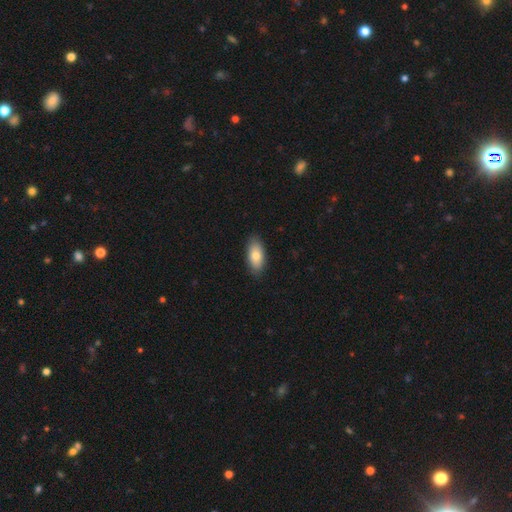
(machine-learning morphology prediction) This is likely a smooth galaxy (80%). How rounded: clearly in between (89%). Merging: clearly none (87%).